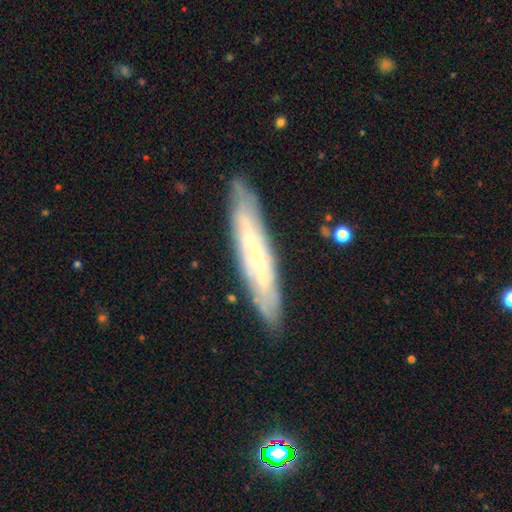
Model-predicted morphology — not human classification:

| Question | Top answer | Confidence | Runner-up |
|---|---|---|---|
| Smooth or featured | featured or disk | 66% | smooth (28%) |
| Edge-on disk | yes | 57% | no (43%) |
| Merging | none | 85% | minor disturbance (11%) |